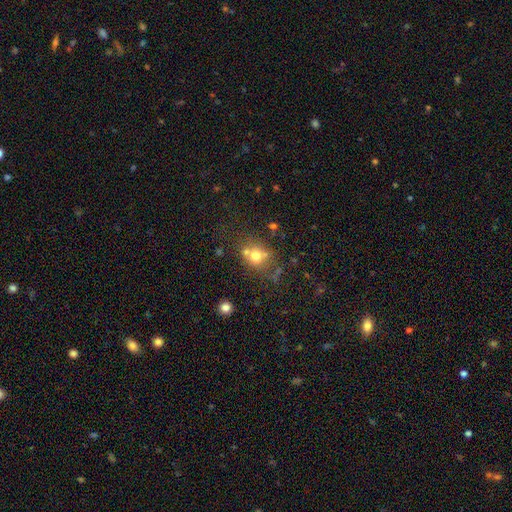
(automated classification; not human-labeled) Smooth or featured?
  - smooth: 66% *
  - featured or disk: 18%
  - star or artifact: 17%
How rounded?
  - round: 74% *
  - in between: 25%
  - cigar-shaped: 1%
Merging?
  - none: 53% *
  - merger: 27%
  - minor disturbance: 13%
  - major disturbance: 6%